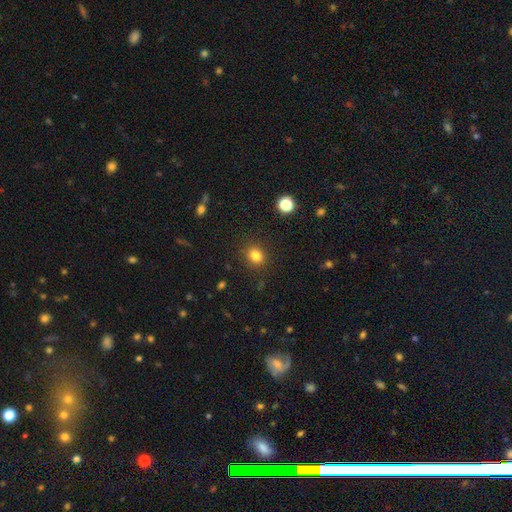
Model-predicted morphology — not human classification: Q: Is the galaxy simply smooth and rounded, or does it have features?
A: smooth — 83%.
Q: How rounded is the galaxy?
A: round — 56%.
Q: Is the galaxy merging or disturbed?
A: none — 87%.